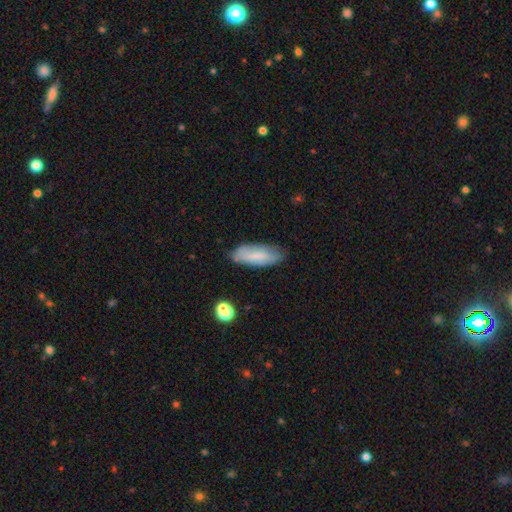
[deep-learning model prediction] Q: Smooth or featured?
A: smooth (68%); runner-up: featured or disk (25%)
Q: How rounded?
A: in between (69%); runner-up: cigar-shaped (29%)
Q: Merging?
A: none (77%); runner-up: minor disturbance (17%)